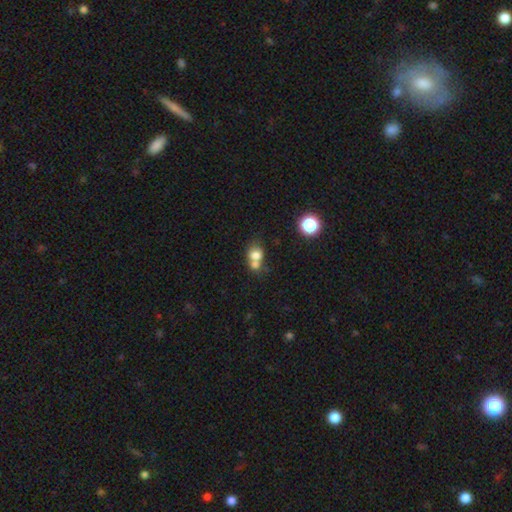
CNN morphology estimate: Smooth or featured? Predicted: smooth (p=0.74). How rounded? Predicted: round (p=0.67). Merging? Predicted: merger (p=0.60).